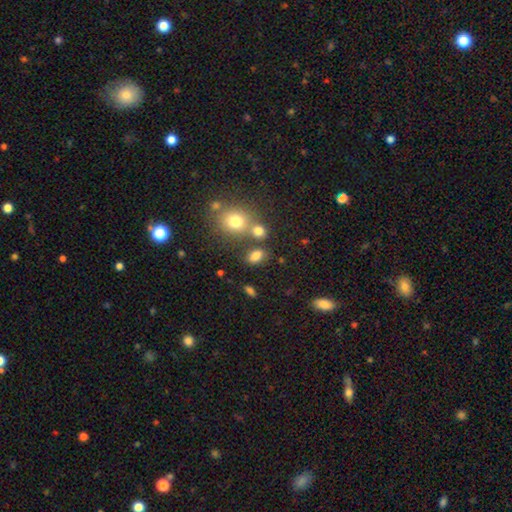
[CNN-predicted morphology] smooth-or-featured: smooth: 78% | star or artifact: 14% | featured or disk: 7%
  how-rounded: in between: 78% | round: 20% | cigar-shaped: 2%
  merging: none: 66% | merger: 16% | minor disturbance: 13% | major disturbance: 5%